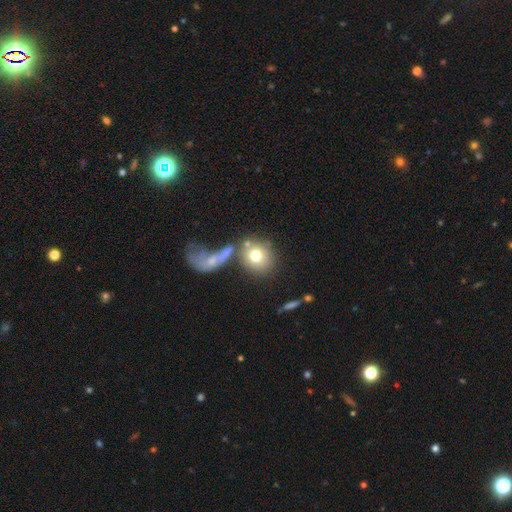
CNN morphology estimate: Smooth or featured? smooth (73%)
How rounded? round (84%)
Merging? none (57%)